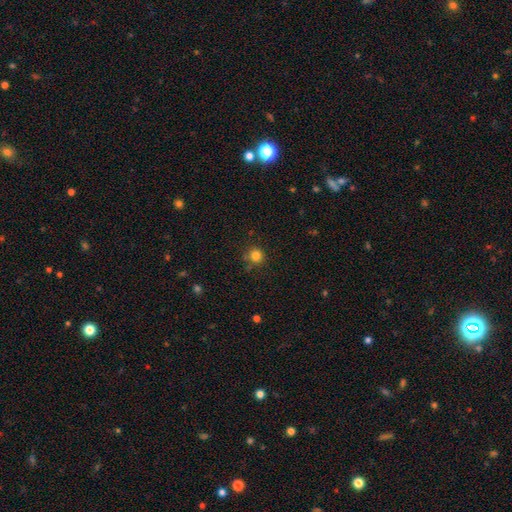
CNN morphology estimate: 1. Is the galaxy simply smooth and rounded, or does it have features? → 81% smooth, 14% star or artifact, 6% featured or disk.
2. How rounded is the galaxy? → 93% round, 6% in between, 1% cigar-shaped.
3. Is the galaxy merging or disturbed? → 81% none, 12% minor disturbance, 5% merger, 3% major disturbance.